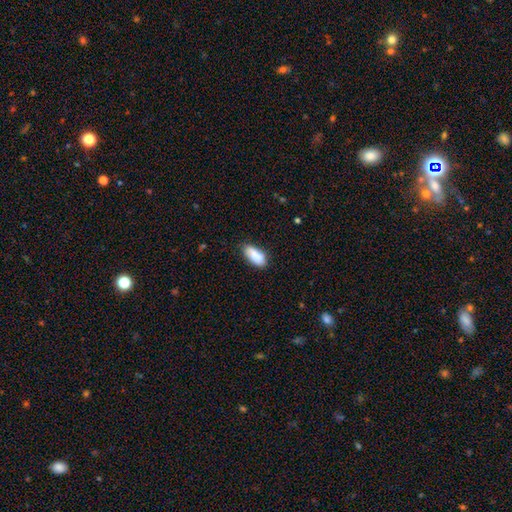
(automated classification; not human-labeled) Morphology: type=smooth (85%); roundness=in between (85%); merging=none (69%).